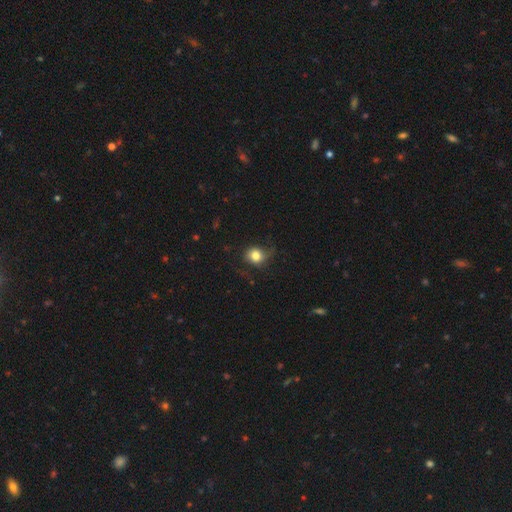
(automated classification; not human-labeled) A smooth galaxy with no disk features (76%) that is round (71%).

Vote fractions:
- Smooth or featured? smooth: 76% / featured or disk: 14% / star or artifact: 10%
- How rounded? round: 71% / in between: 28% / cigar-shaped: 1%
- Merging? none: 63% / minor disturbance: 23% / major disturbance: 12% / merger: 1%